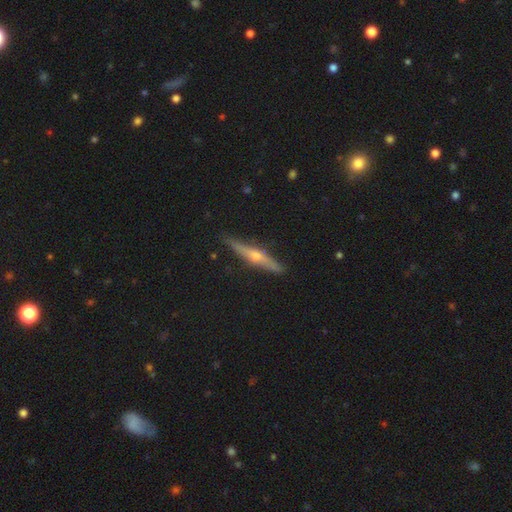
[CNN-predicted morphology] Smooth or featured?
  - featured or disk: 73% *
  - smooth: 20%
  - star or artifact: 7%
Edge-on disk?
  - yes: 97% *
  - no: 3%
Edge-on bulge?
  - rounded: 89% *
  - none: 7%
  - boxy: 4%
Merging?
  - none: 89% *
  - minor disturbance: 8%
  - major disturbance: 2%
  - merger: 1%